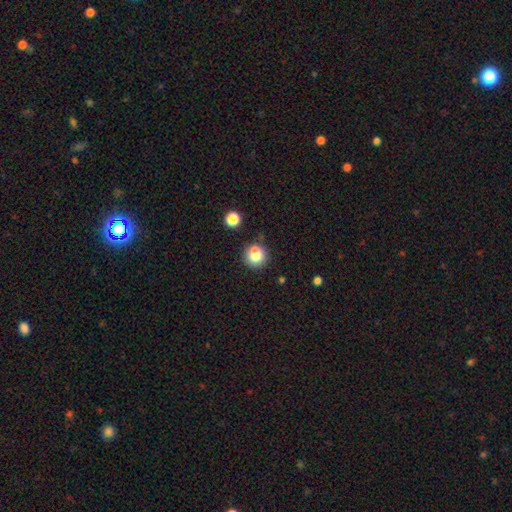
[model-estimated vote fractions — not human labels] Smooth or featured? smooth (75%)
How rounded? round (88%)
Merging? none (58%)